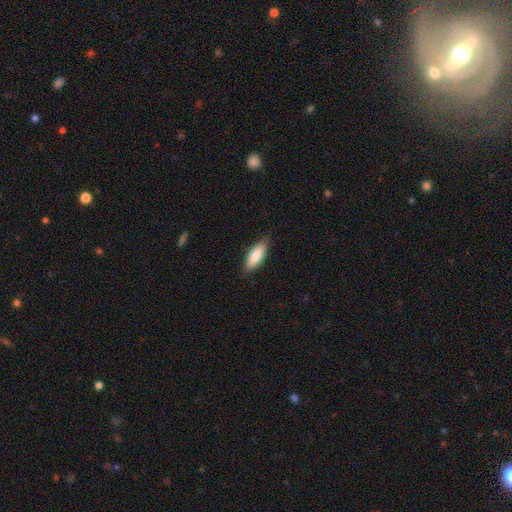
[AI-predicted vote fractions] Morphology: type=smooth (83%); roundness=in between (74%); merging=none (85%).